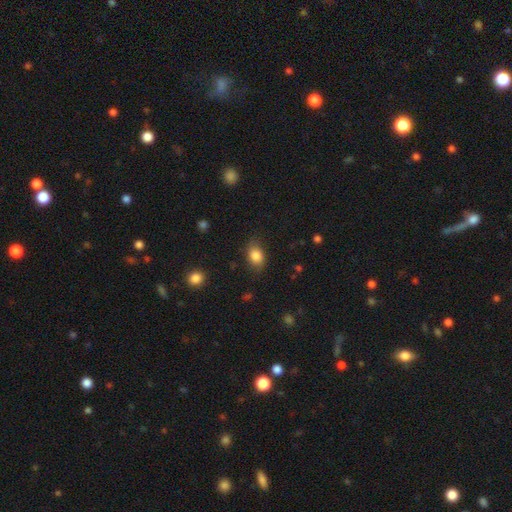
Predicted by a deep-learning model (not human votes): Smooth or featured?
  - smooth: 83% *
  - featured or disk: 9%
  - star or artifact: 8%
How rounded?
  - in between: 75% *
  - round: 23%
  - cigar-shaped: 2%
Merging?
  - none: 73% *
  - minor disturbance: 20%
  - major disturbance: 5%
  - merger: 1%